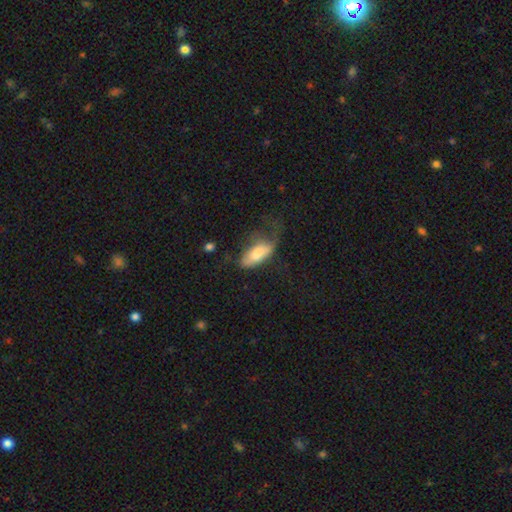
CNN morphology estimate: smooth-or-featured: smooth: 71% | featured or disk: 23% | star or artifact: 7%
  how-rounded: in between: 84% | cigar-shaped: 13% | round: 3%
  merging: major disturbance: 45% | minor disturbance: 28% | none: 24% | merger: 3%